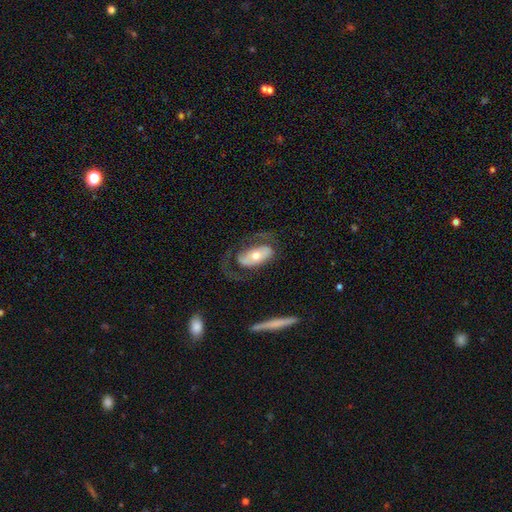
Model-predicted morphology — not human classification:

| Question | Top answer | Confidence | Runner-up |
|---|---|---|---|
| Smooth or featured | featured or disk | 61% | smooth (34%) |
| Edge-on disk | no | 88% | yes (12%) |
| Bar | no | 62% | strong (19%) |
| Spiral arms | yes | 60% | no (40%) |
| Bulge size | moderate | 53% | small (37%) |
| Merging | none | 47% | major disturbance (35%) |